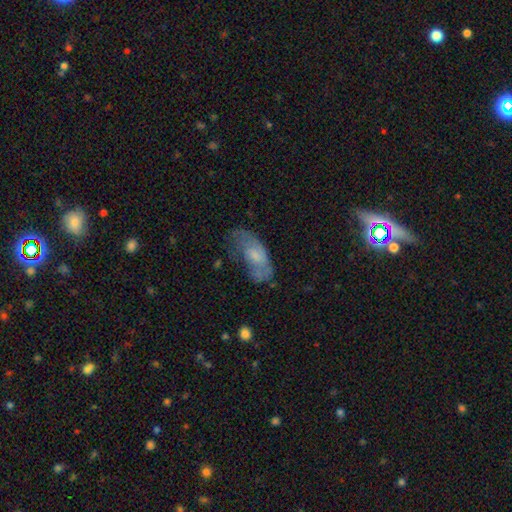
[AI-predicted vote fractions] The model was most divided on "smooth or featured": smooth: 47%, featured or disk: 44%, star or artifact: 9%. Remaining: merging — none (41%).